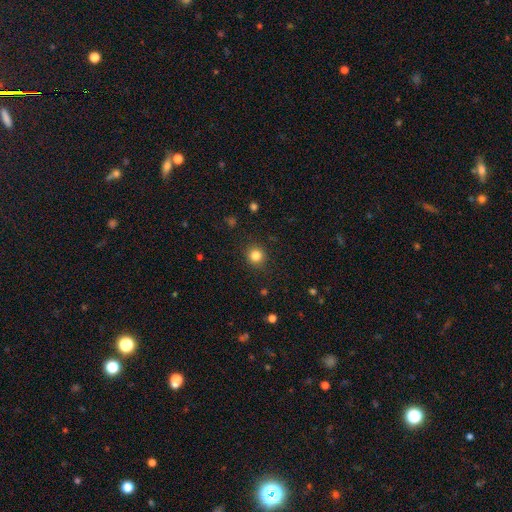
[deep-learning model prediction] A smooth galaxy with no disk features (83%) that is round (93%). Merging: none (90%).